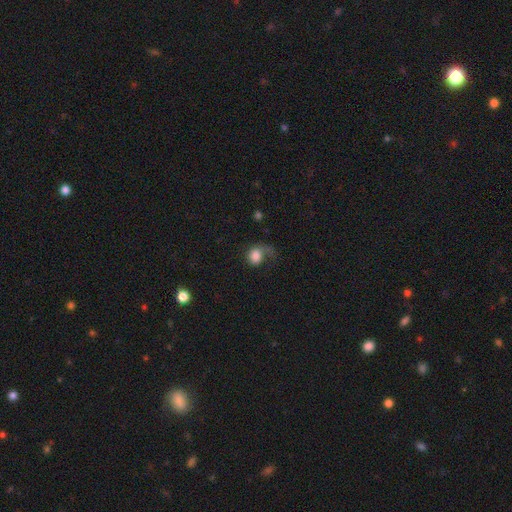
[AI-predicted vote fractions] smooth 70%, featured or disk 21%, star or artifact 9%. Down the decision tree: how rounded — round (59%); merging — major disturbance (45%).